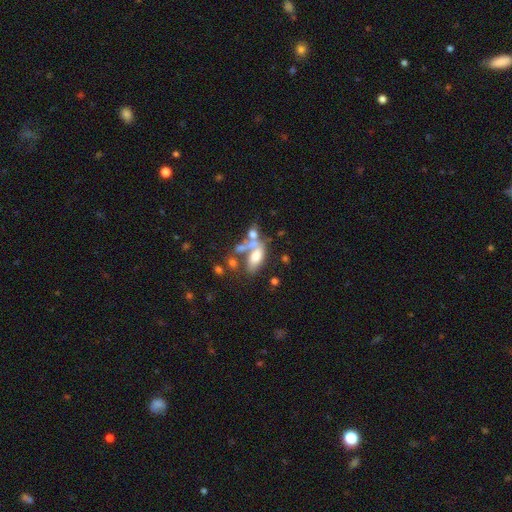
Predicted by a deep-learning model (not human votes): A smooth galaxy with no disk features (56%) that is in between round and cigar-shaped (84%).

Vote fractions:
- Smooth or featured? smooth: 56% / featured or disk: 32% / star or artifact: 12%
- How rounded? in between: 84% / cigar-shaped: 12% / round: 5%
- Merging? merger: 45% / none: 25% / major disturbance: 18% / minor disturbance: 12%